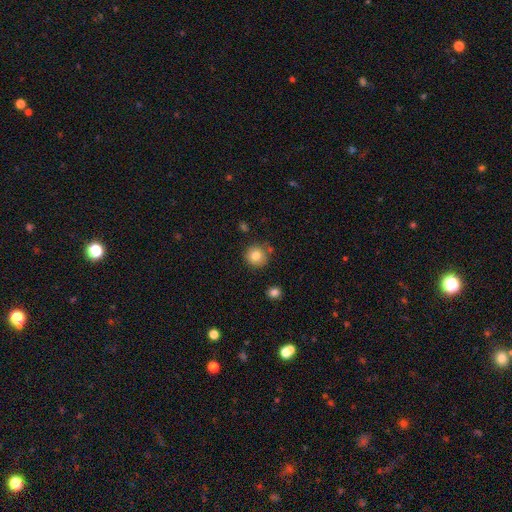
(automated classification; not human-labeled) Smooth or featured?
  - smooth: 81% *
  - star or artifact: 10%
  - featured or disk: 9%
How rounded?
  - round: 93% *
  - in between: 6%
  - cigar-shaped: 1%
Merging?
  - none: 81% *
  - minor disturbance: 11%
  - merger: 5%
  - major disturbance: 3%